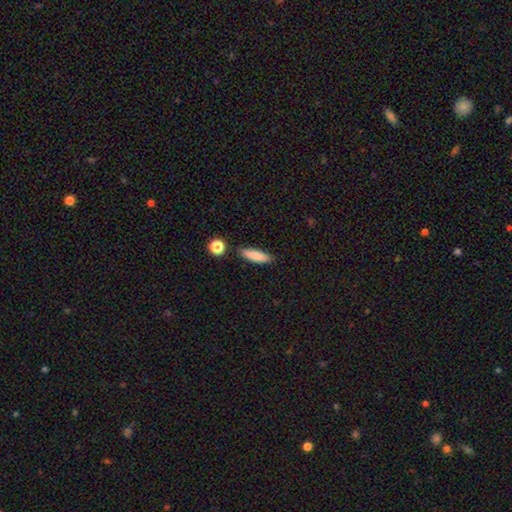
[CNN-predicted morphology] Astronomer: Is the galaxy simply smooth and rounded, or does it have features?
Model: smooth — 84%.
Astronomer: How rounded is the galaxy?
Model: cigar-shaped — 61% (runner-up: in between, 37%).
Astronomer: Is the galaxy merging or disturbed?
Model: none — 83%.